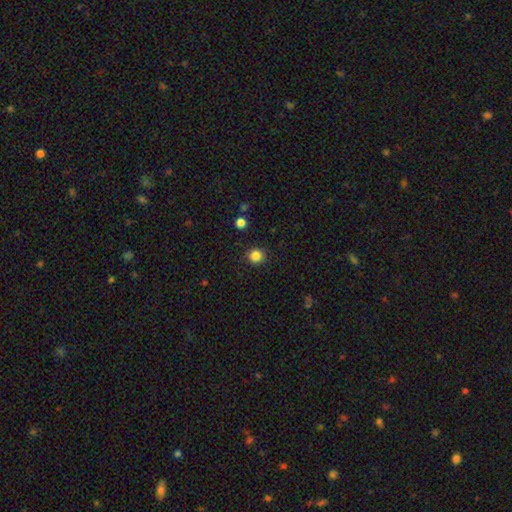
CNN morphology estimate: Smooth or featured? Predicted: smooth (p=0.85). How rounded? Predicted: round (p=0.91). Merging? Predicted: none (p=0.91).